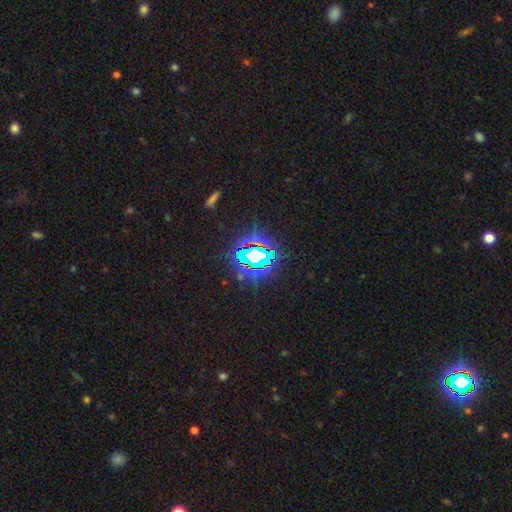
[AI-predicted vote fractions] Smooth or featured?
  - star or artifact: 73% *
  - smooth: 14%
  - featured or disk: 12%